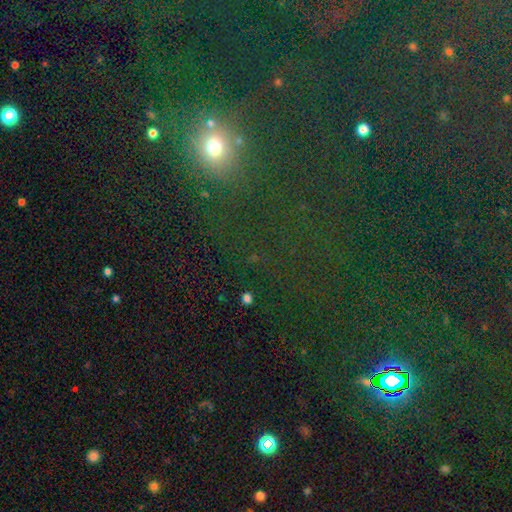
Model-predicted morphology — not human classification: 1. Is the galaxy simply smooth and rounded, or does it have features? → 53% star or artifact, 38% smooth, 9% featured or disk.